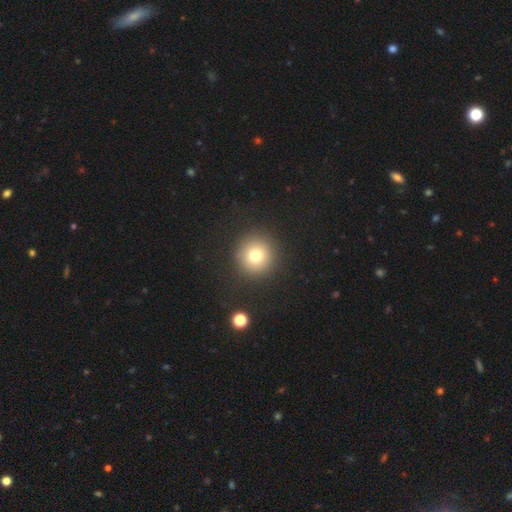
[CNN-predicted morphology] type=smooth (76%); roundness=round (94%); merging=none (90%).